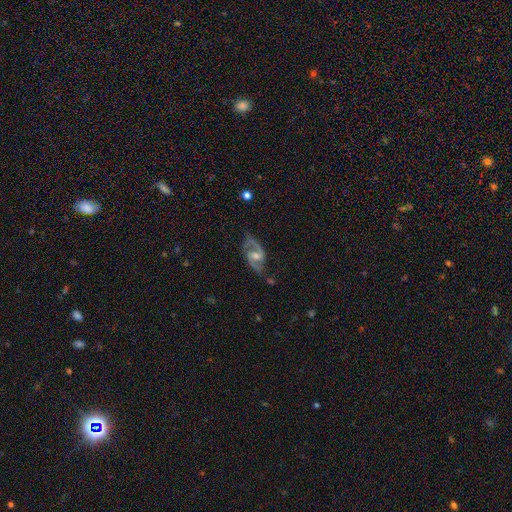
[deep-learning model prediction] A featured or disk galaxy (91%) with a weak bar (54%), 2 (94%) medium (61%) spiral arms (98%) and a moderate central bulge (52%).

Vote fractions:
- Smooth or featured? featured or disk: 91% / smooth: 5% / star or artifact: 5%
- Edge-on disk? no: 97% / yes: 3%
- Bar? weak: 54% / no: 25% / strong: 21%
- Spiral arms? yes: 98% / no: 2%
- Spiral winding? medium: 61% / loose: 23% / tight: 16%
- Spiral arm count? 2: 94% / can't tell: 2% / 1: 1% / 3: 1% / 4: 1% / more than 4: 1%
- Bulge size? moderate: 52% / small: 39% / none: 4% / large: 3% / dominant: 1%
- Merging? none: 77% / minor disturbance: 15% / major disturbance: 5% / merger: 2%